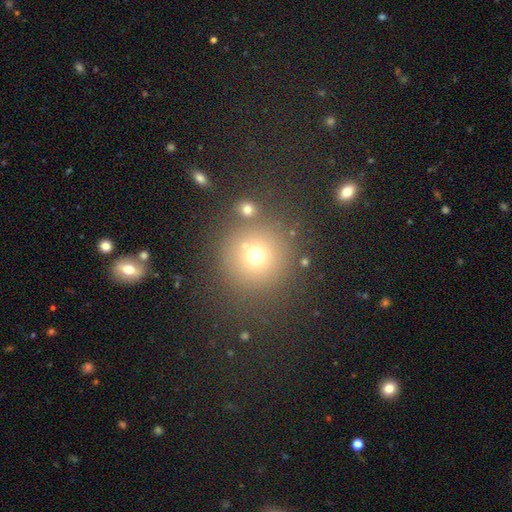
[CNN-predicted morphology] type=smooth (69%); roundness=round (94%); merging=none (77%).